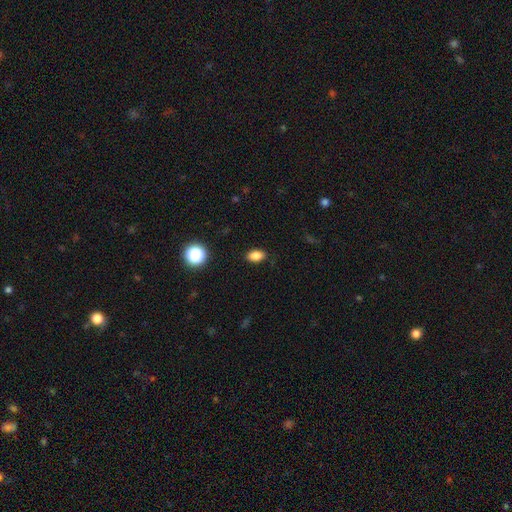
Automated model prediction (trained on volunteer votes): Smooth or featured? smooth (84%)
How rounded? in between (87%)
Merging? none (87%)